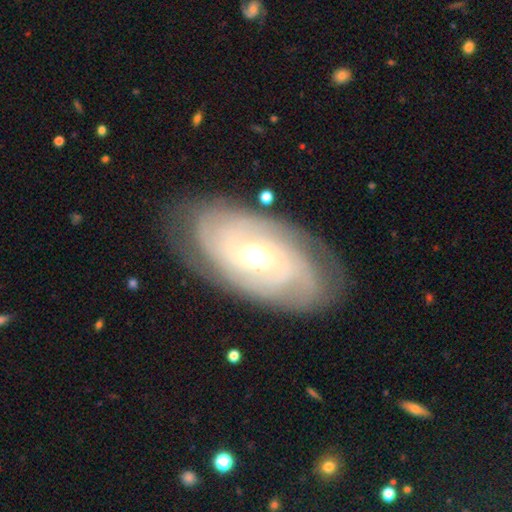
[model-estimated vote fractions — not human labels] A featured or disk galaxy (82%) with no bar (53%), tight (72%) spiral arms (93%) and a moderate central bulge (66%).

Vote fractions:
- Smooth or featured? featured or disk: 82% / smooth: 13% / star or artifact: 6%
- Edge-on disk? no: 94% / yes: 6%
- Bar? no: 53% / weak: 36% / strong: 11%
- Spiral arms? yes: 93% / no: 7%
- Spiral winding? tight: 72% / medium: 22% / loose: 6%
- Spiral arm count? can't tell: 38% / 2: 19% / 3: 18% / 4: 13% / more than 4: 7% / 1: 5%
- Bulge size? moderate: 66% / small: 27% / large: 5% / dominant: 1% / none: 1%
- Merging? none: 80% / minor disturbance: 14% / major disturbance: 4% / merger: 1%